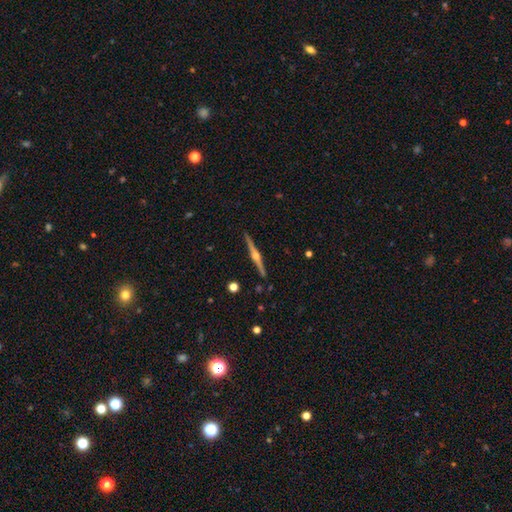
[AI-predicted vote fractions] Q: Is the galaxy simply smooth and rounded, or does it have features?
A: featured or disk — 85%.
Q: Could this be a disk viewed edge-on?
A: yes — 99%.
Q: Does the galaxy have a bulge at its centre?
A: rounded — 95%.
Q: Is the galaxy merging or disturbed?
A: none — 92%.